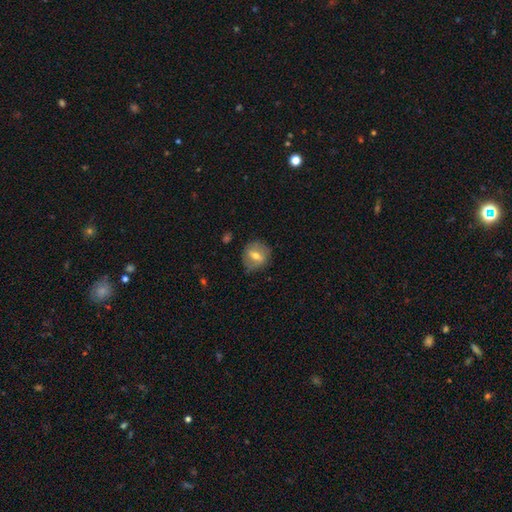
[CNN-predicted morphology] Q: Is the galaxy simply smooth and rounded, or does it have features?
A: smooth — 51%.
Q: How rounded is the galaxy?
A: round — 72%.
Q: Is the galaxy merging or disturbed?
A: none — 75%.